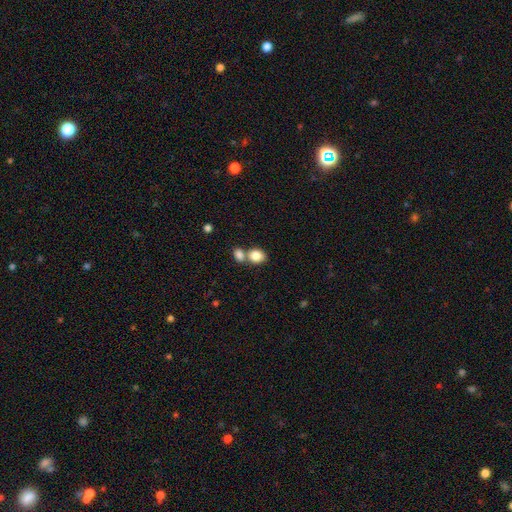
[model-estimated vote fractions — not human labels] Smooth or featured?
  - smooth: 84% *
  - star or artifact: 8%
  - featured or disk: 8%
How rounded?
  - in between: 52% *
  - round: 47%
  - cigar-shaped: 1%
Merging?
  - merger: 48% *
  - none: 41%
  - minor disturbance: 8%
  - major disturbance: 3%